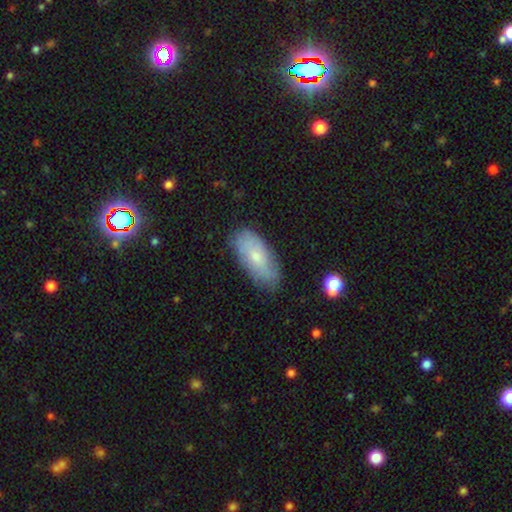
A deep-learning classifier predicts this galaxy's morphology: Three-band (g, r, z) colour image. It shows a smooth galaxy with no disk features (60%) that is in between round and cigar-shaped (87%). Merging: none (73%).